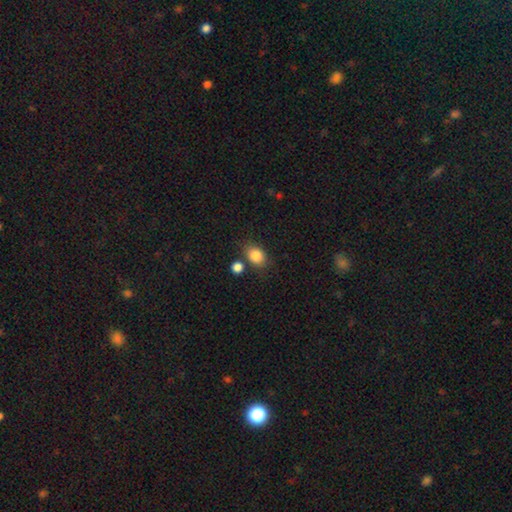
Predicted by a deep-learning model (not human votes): This appears to be a smooth galaxy with no disk features (85%) that is in between round and cigar-shaped (61%). Merging: none (72%).